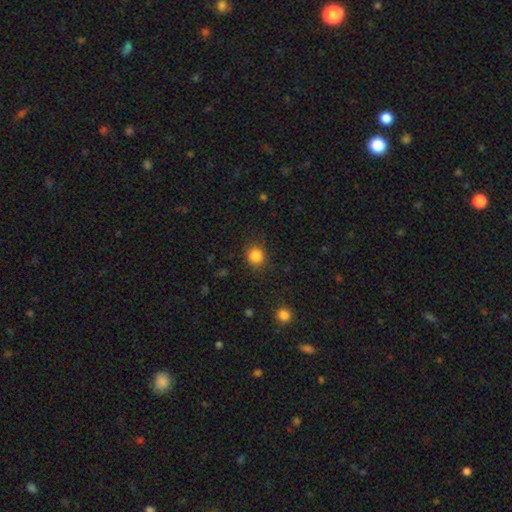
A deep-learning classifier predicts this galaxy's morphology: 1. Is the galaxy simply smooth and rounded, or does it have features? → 85% smooth, 11% star or artifact, 4% featured or disk.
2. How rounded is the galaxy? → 83% round, 16% in between, 1% cigar-shaped.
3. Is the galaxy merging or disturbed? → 86% none, 9% minor disturbance, 3% major disturbance, 1% merger.